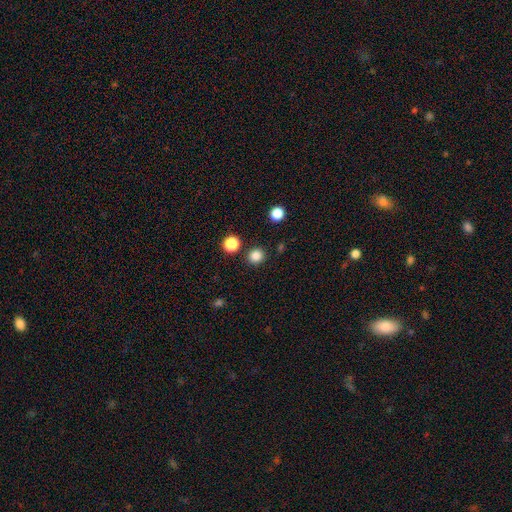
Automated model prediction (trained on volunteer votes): Smooth or featured? Predicted: smooth (p=0.83). How rounded? Predicted: round (p=0.91). Merging? Predicted: none (p=0.89).